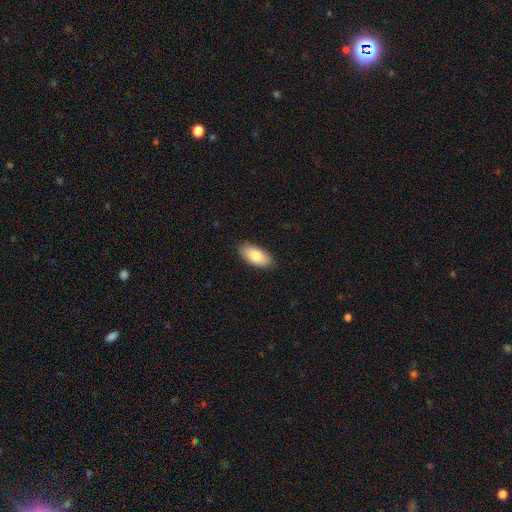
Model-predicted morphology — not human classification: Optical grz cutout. It shows a smooth galaxy with no disk features (83%) that is in between round and cigar-shaped (91%). Merging: none (88%).